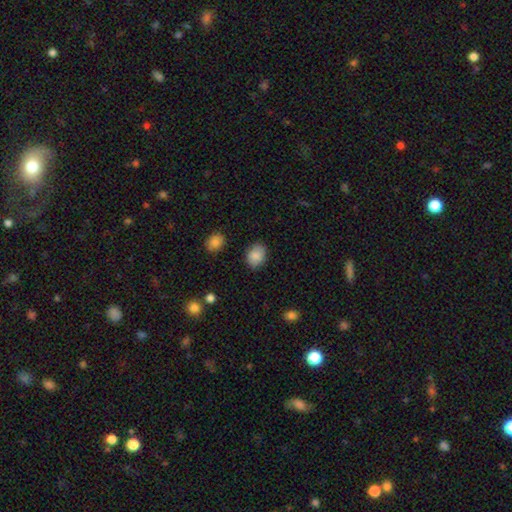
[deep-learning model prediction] smooth-or-featured: smooth: 87% | star or artifact: 8% | featured or disk: 6%
  how-rounded: in between: 65% | round: 34% | cigar-shaped: 1%
  merging: none: 83% | minor disturbance: 12% | major disturbance: 3% | merger: 2%